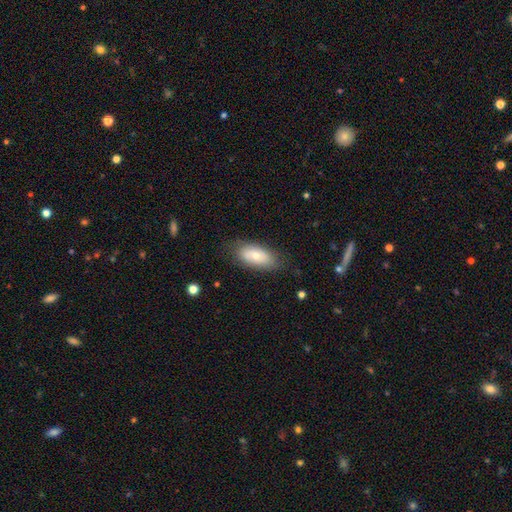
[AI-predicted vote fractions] smooth_or_featured: smooth (p=0.67) [alt: featured or disk p=0.26]
how_rounded: in between (p=0.90) [alt: cigar-shaped p=0.07]
merging: none (p=0.76) [alt: minor disturbance p=0.18]